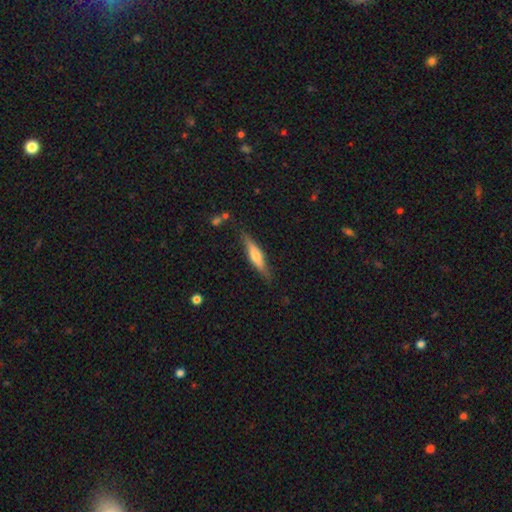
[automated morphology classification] type=smooth (49%); merging=none (82%).